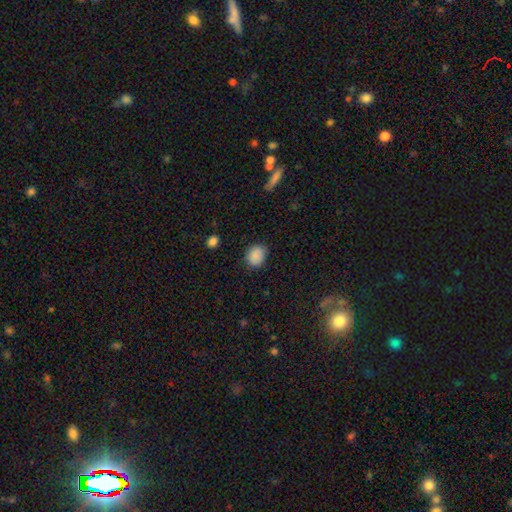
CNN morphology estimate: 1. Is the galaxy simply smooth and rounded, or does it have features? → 88% smooth, 8% star or artifact, 4% featured or disk.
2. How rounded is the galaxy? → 59% round, 40% in between, 1% cigar-shaped.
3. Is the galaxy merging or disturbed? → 82% none, 14% minor disturbance, 3% major disturbance, 1% merger.